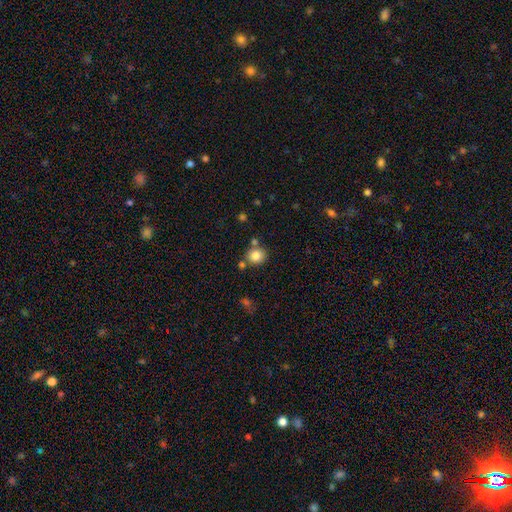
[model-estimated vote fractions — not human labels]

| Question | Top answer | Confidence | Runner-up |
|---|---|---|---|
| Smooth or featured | smooth | 82% | star or artifact (11%) |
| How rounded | round | 85% | in between (14%) |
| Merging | none | 74% | merger (14%) |